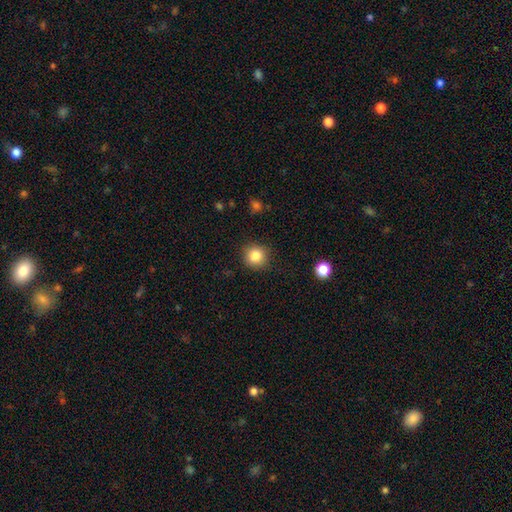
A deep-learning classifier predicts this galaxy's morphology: This appears to be a smooth galaxy with no disk features (84%) that is round (92%). Merging: none (89%).